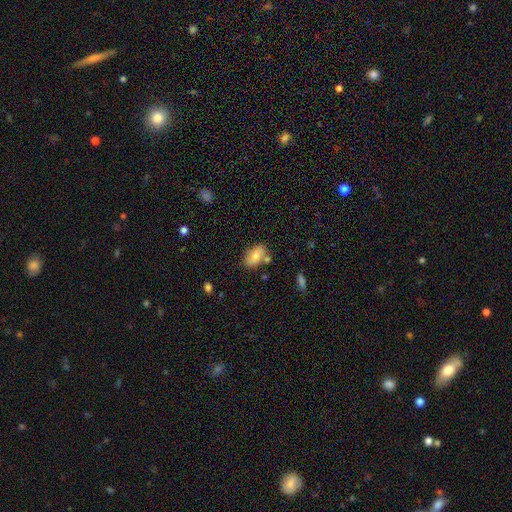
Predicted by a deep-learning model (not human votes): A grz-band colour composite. It shows a smooth galaxy with no disk features (68%) that is in between round and cigar-shaped (89%). Merging: none (71%).